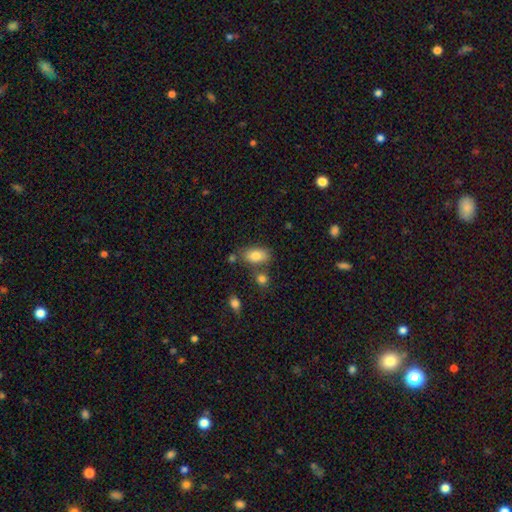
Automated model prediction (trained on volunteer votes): This is clearly a smooth galaxy (81%). How rounded: clearly in between (90%). Merging: likely none (69%).